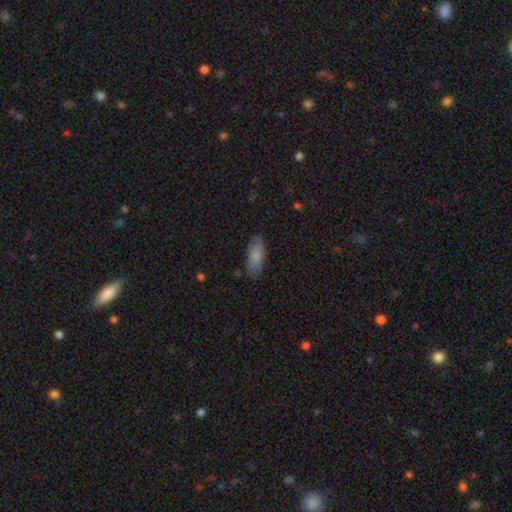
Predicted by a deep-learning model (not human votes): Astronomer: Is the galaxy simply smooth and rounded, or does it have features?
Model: smooth — 82%.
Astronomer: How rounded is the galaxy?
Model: in between — 80%.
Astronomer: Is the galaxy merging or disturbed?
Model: none — 80%.